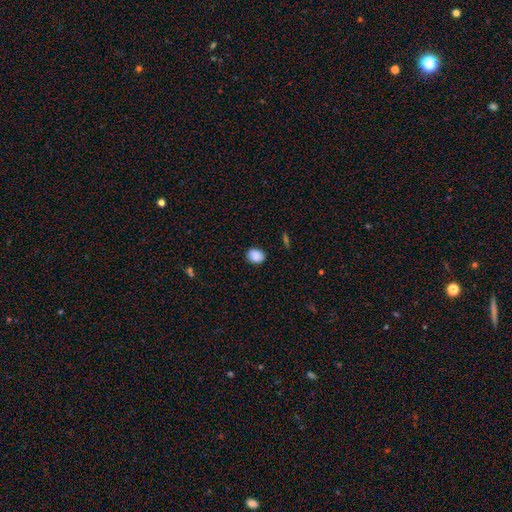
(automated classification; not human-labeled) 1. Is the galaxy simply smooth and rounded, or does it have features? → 89% smooth, 8% star or artifact, 3% featured or disk.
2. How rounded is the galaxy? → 56% in between, 43% round, 1% cigar-shaped.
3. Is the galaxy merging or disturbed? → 87% none, 10% minor disturbance, 2% major disturbance, 1% merger.